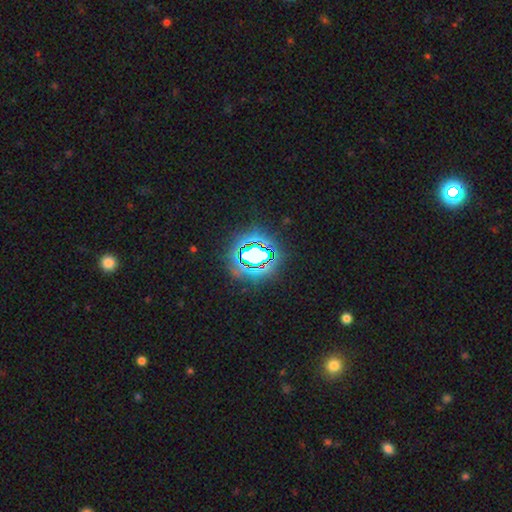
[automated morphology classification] Q: Smooth or featured?
A: star or artifact (67%); runner-up: smooth (21%)